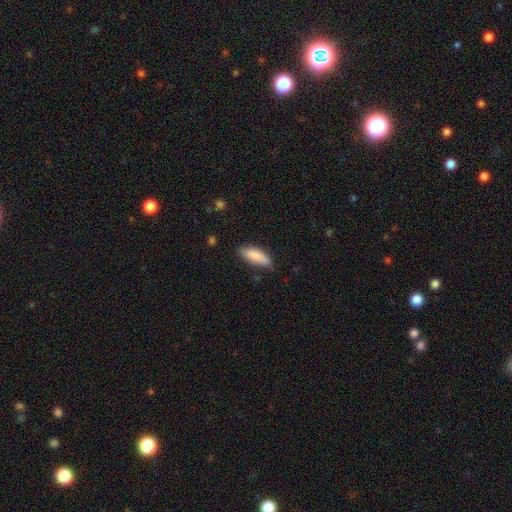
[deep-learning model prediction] Smooth or featured: smooth — 86% (featured or disk — 8%)
How rounded: in between — 60% (cigar-shaped — 38%)
Merging: none — 74% (minor disturbance — 21%)